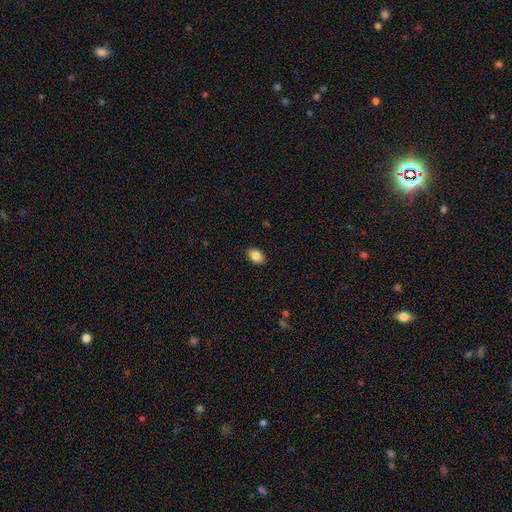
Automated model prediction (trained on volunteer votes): A smooth galaxy with no disk features (88%) that is in between round and cigar-shaped (84%).

Vote fractions:
- Smooth or featured? smooth: 88% / star or artifact: 8% / featured or disk: 5%
- How rounded? in between: 84% / round: 15% / cigar-shaped: 1%
- Merging? none: 89% / minor disturbance: 8% / major disturbance: 2% / merger: 1%